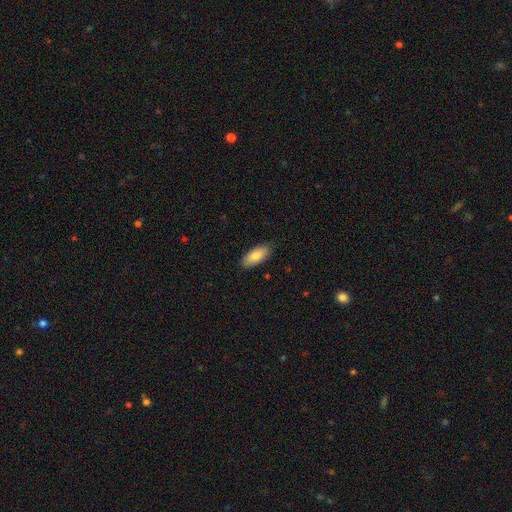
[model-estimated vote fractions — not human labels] Morphology: type=smooth (81%); roundness=in between (85%); merging=none (85%).